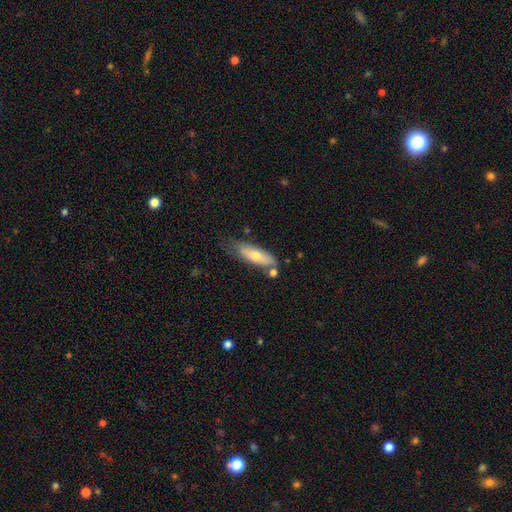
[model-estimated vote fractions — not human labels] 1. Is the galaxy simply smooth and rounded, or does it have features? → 65% smooth, 29% featured or disk, 7% star or artifact.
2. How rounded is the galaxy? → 52% in between, 46% cigar-shaped, 2% round.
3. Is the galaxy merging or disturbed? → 61% none, 24% minor disturbance, 9% merger, 6% major disturbance.